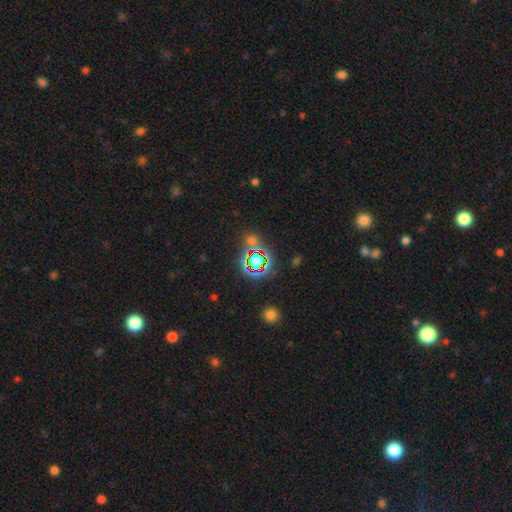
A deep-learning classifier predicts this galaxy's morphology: This appears to be a star or artifact, not a galaxy (51%).